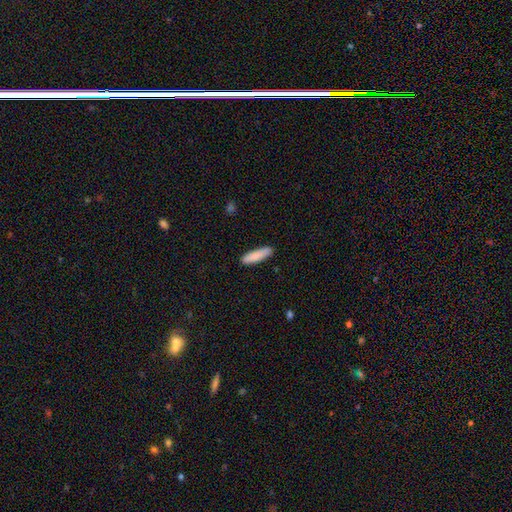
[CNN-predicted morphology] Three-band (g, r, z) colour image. It shows a smooth galaxy with no disk features (86%) that is cigar-shaped (73%). Merging: none (88%).